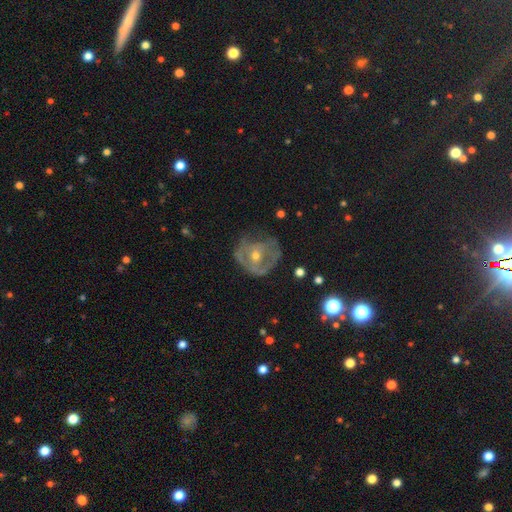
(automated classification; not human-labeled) Smooth or featured? Predicted: featured or disk (p=0.68). Edge-on disk? Predicted: no (p=0.96). Bar? Predicted: no (p=0.68). Spiral arms? Predicted: no (p=0.54). Bulge size? Predicted: small (p=0.50). Merging? Predicted: none (p=0.48).